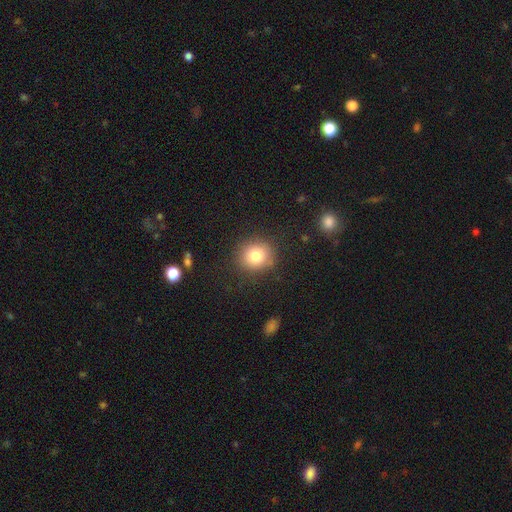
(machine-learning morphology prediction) Smooth or featured? Predicted: smooth (p=0.80). How rounded? Predicted: round (p=0.83). Merging? Predicted: none (p=0.86).